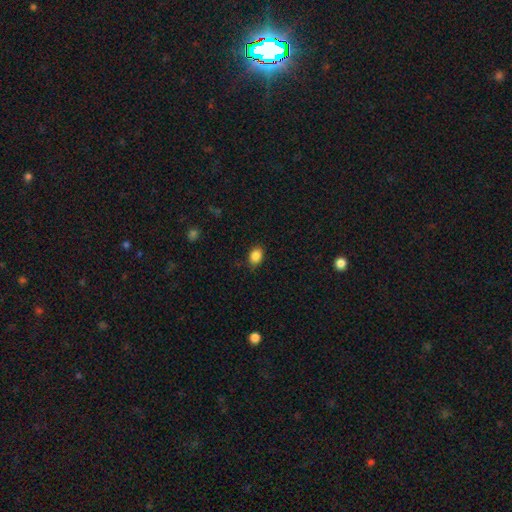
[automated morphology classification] A smooth galaxy with no disk features (87%) that is in between round and cigar-shaped (67%).

Vote fractions:
- Smooth or featured? smooth: 87% / star or artifact: 9% / featured or disk: 4%
- How rounded? in between: 67% / round: 32% / cigar-shaped: 1%
- Merging? none: 84% / minor disturbance: 12% / major disturbance: 3% / merger: 1%